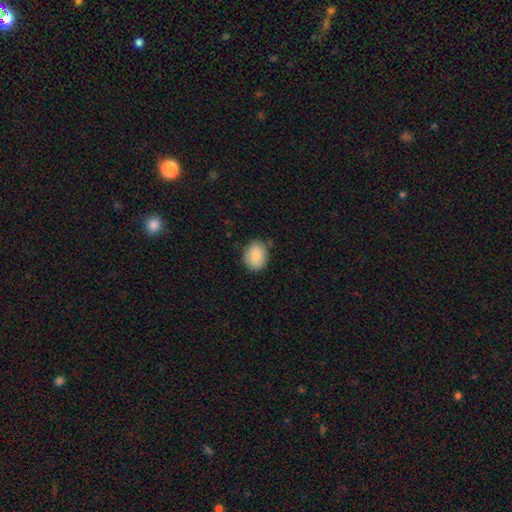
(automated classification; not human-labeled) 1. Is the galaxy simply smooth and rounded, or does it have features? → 85% smooth, 8% featured or disk, 7% star or artifact.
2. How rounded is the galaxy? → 51% in between, 48% round, 1% cigar-shaped.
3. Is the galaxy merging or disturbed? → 79% none, 16% minor disturbance, 3% major disturbance, 2% merger.